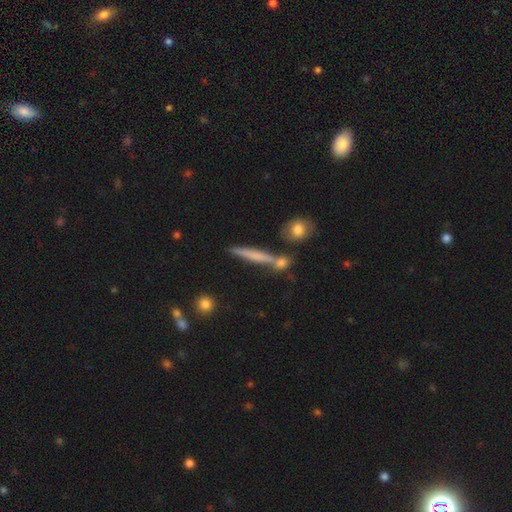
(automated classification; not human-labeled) smooth 54%, featured or disk 38%, star or artifact 8%. Down the decision tree: how rounded — cigar-shaped (91%); merging — none (73%).